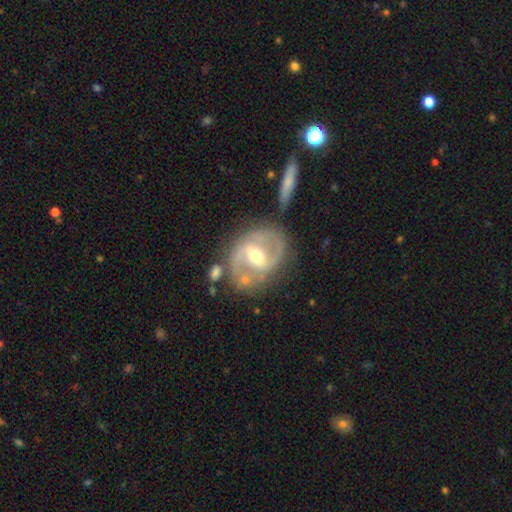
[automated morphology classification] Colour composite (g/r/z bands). It shows a featured or disk galaxy (82%) with a weak bar (44%), 2 (87%) medium (53%) spiral arms (87%) and a moderate central bulge (70%). Merging: none (68%).